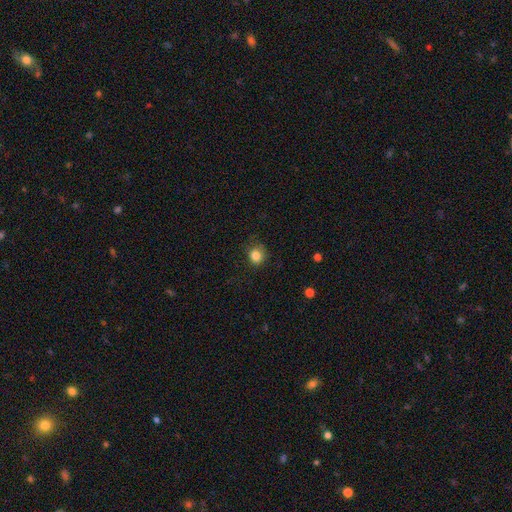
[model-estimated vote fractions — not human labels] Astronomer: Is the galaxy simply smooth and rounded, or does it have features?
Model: smooth — 84%.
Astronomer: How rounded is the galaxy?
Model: round — 80%.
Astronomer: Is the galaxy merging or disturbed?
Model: none — 75%.